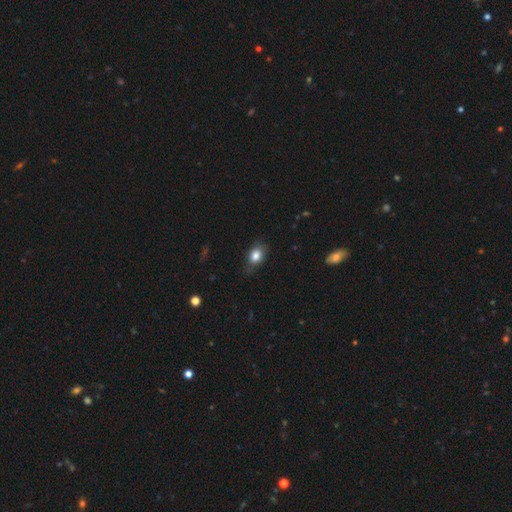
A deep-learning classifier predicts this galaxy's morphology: smooth_or_featured: smooth (p=0.82) [alt: featured or disk p=0.09]
how_rounded: in between (p=0.73) [alt: round p=0.25]
merging: none (p=0.67) [alt: minor disturbance p=0.25]